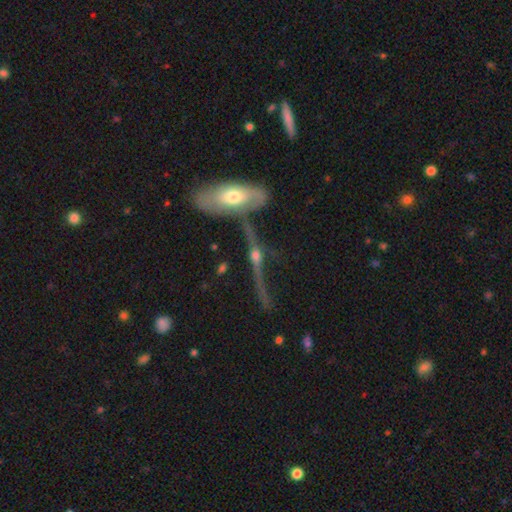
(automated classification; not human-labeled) A featured or disk galaxy (70%) viewed edge-on (79%) with a rounded central bulge (89%). Merging: none (49%).